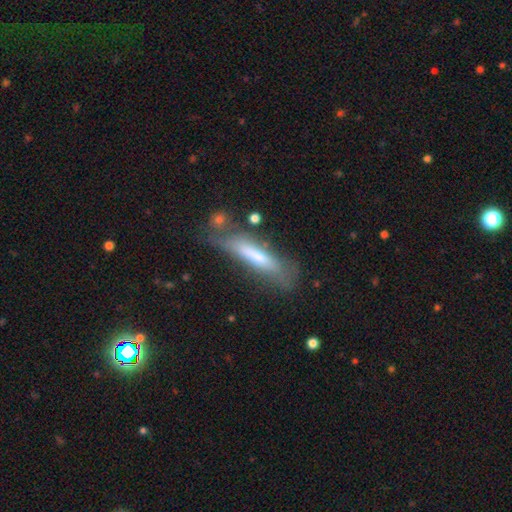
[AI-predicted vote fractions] Smooth or featured? smooth (54%)
How rounded? cigar-shaped (82%)
Merging? none (58%)